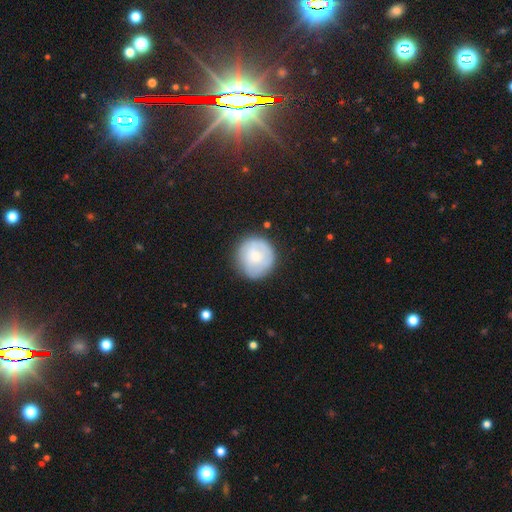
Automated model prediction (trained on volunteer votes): The model was most divided on "smooth or featured": smooth: 62%, featured or disk: 31%, star or artifact: 7%. More confident: how rounded — round (88%); merging — none (74%).